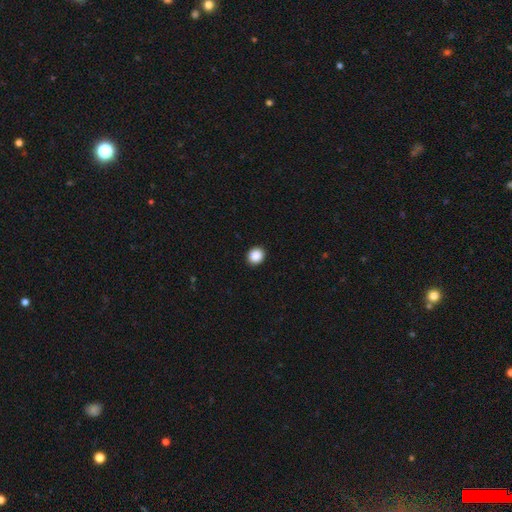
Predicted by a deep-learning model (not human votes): Smooth or featured? smooth (89%)
How rounded? round (77%)
Merging? none (93%)